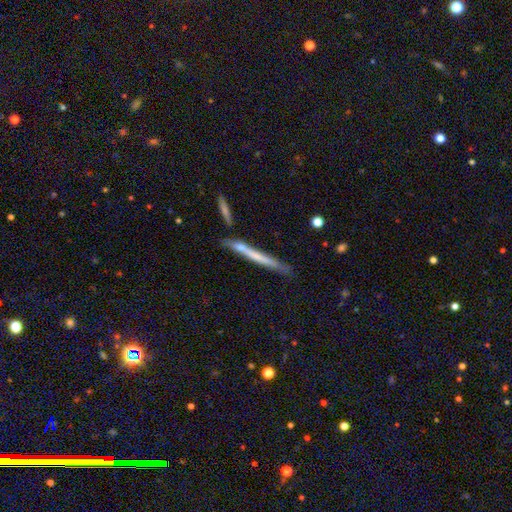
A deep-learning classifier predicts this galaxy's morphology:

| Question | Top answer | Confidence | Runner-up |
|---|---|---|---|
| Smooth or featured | smooth | 50% | featured or disk (44%) |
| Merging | none | 65% | minor disturbance (17%) |